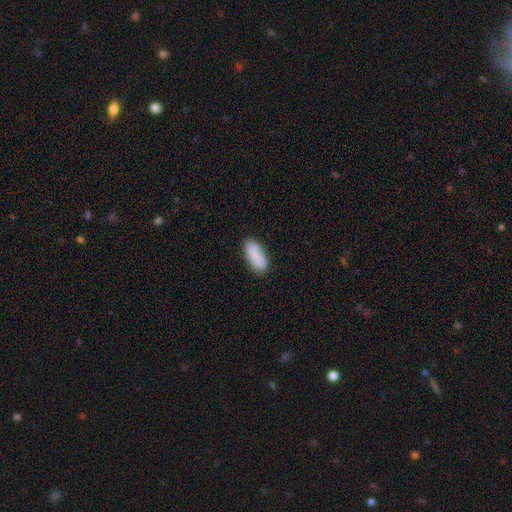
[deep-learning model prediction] A smooth galaxy with no disk features (86%) that is in between round and cigar-shaped (79%).

Vote fractions:
- Smooth or featured? smooth: 86% / featured or disk: 8% / star or artifact: 6%
- How rounded? in between: 79% / cigar-shaped: 19% / round: 2%
- Merging? none: 84% / minor disturbance: 12% / major disturbance: 2% / merger: 2%